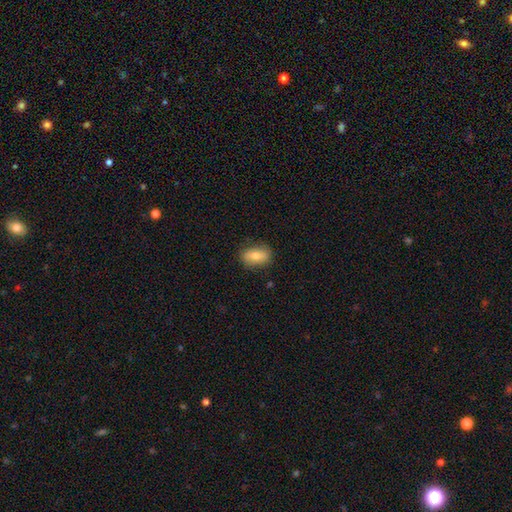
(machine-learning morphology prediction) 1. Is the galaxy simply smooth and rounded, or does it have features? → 73% smooth, 19% featured or disk, 8% star or artifact.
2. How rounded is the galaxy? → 84% in between, 12% round, 4% cigar-shaped.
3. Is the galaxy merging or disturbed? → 83% none, 13% minor disturbance, 3% major disturbance, 1% merger.